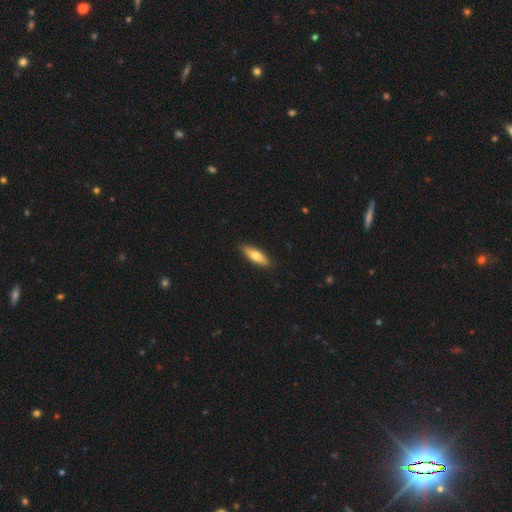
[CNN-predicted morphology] smooth-or-featured: smooth: 71% | featured or disk: 24% | star or artifact: 5%
  how-rounded: in between: 53% | cigar-shaped: 45% | round: 2%
  merging: none: 89% | minor disturbance: 9% | major disturbance: 2% | merger: 1%